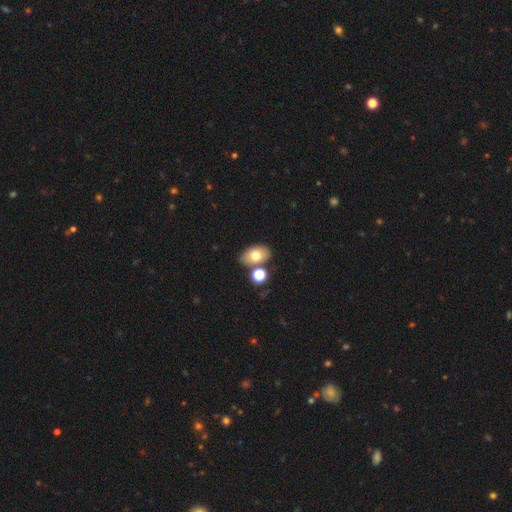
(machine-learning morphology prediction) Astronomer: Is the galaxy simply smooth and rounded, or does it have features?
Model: smooth — 73%.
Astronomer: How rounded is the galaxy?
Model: in between — 84%.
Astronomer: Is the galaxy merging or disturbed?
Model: none — 68%.